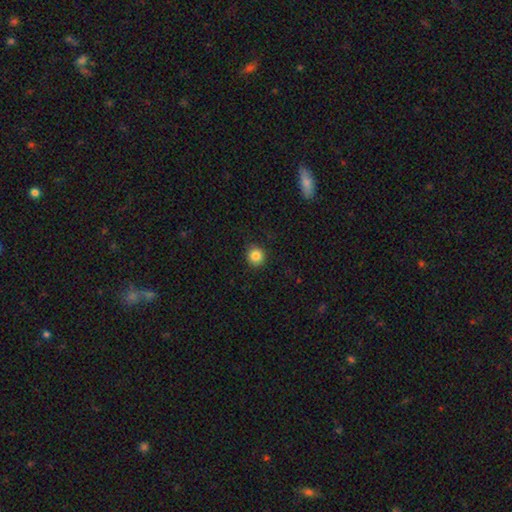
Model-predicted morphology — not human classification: Smooth or featured? Predicted: smooth (p=0.85). How rounded? Predicted: round (p=0.91). Merging? Predicted: none (p=0.90).